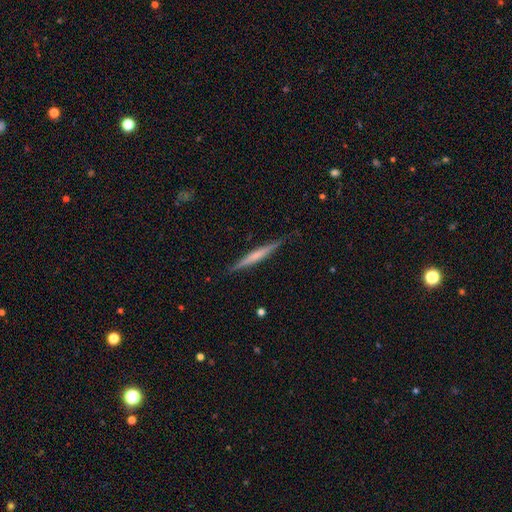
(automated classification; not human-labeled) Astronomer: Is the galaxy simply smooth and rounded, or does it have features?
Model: featured or disk — 52% (runner-up: smooth, 42%).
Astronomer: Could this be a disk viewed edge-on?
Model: yes — 98%.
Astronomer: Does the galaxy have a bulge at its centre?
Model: none — 56%.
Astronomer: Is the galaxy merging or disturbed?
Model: none — 88%.